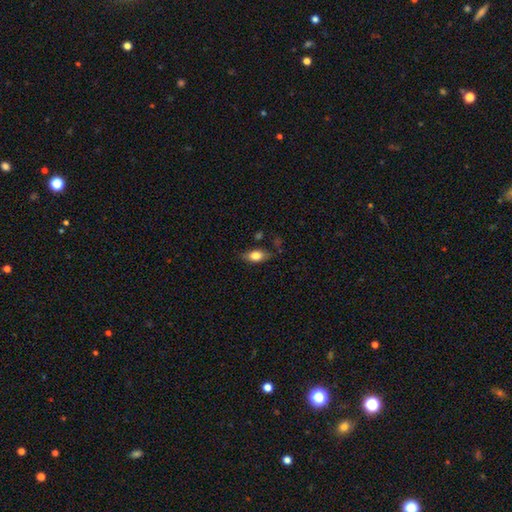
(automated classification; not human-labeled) A smooth galaxy with no disk features (74%) that is in between round and cigar-shaped (84%).

Vote fractions:
- Smooth or featured? smooth: 74% / featured or disk: 18% / star or artifact: 7%
- How rounded? in between: 84% / cigar-shaped: 10% / round: 6%
- Merging? none: 73% / minor disturbance: 19% / major disturbance: 5% / merger: 3%